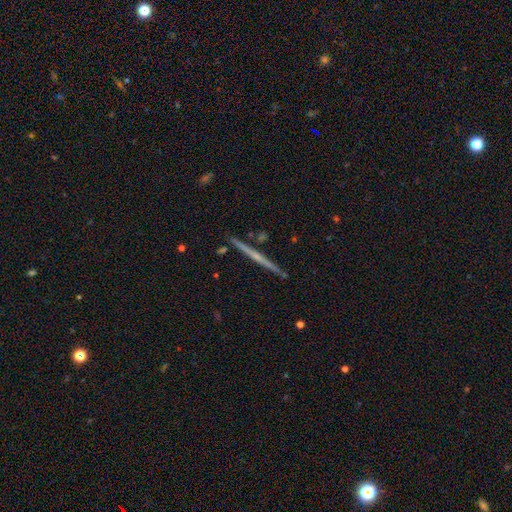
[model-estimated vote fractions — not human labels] This appears to be a featured or disk galaxy (75%) viewed edge-on (98%) with no central bulge (51%). Merging: none (91%).